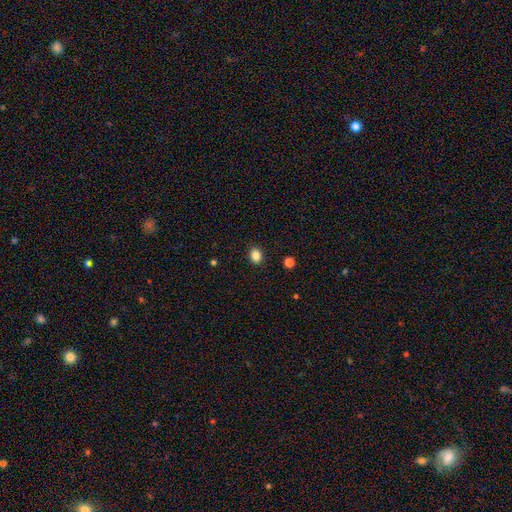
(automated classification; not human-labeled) A smooth galaxy with no disk features (85%) that is in between round and cigar-shaped (54%).

Vote fractions:
- Smooth or featured? smooth: 85% / star or artifact: 11% / featured or disk: 4%
- How rounded? in between: 54% / round: 45% / cigar-shaped: 1%
- Merging? none: 90% / minor disturbance: 7% / major disturbance: 2% / merger: 1%